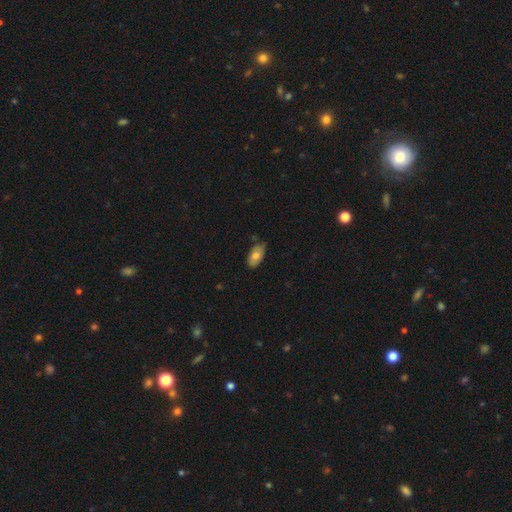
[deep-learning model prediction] Smooth or featured?
  - smooth: 73% *
  - featured or disk: 20%
  - star or artifact: 7%
How rounded?
  - in between: 93% *
  - round: 4%
  - cigar-shaped: 3%
Merging?
  - none: 68% *
  - minor disturbance: 26%
  - major disturbance: 3%
  - merger: 2%